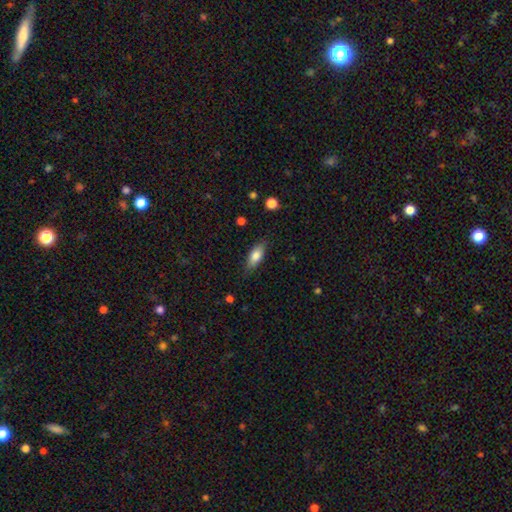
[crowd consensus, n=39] smooth_or_featured: smooth (p=0.82) [alt: star or artifact p=0.10]
how_rounded: in between (p=0.69) [alt: cigar-shaped p=0.25]
merging: none (p=0.66) [alt: minor disturbance p=0.26]